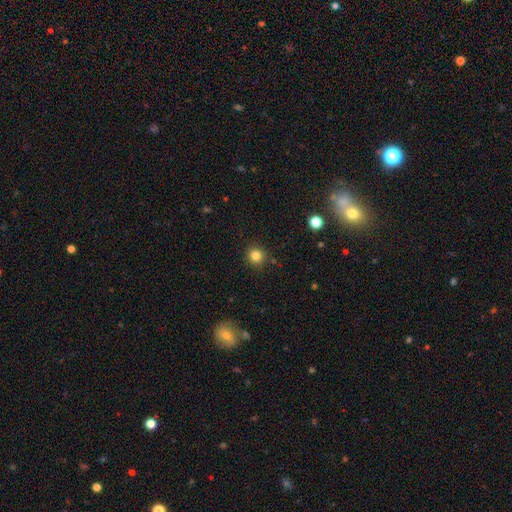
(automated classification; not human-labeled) This is clearly a smooth galaxy (82%). How rounded: clearly round (92%). Merging: clearly none (90%).